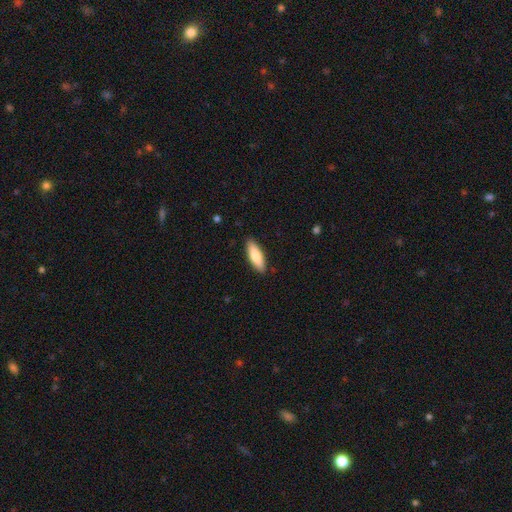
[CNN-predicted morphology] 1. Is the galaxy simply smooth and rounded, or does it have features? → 77% smooth, 18% featured or disk, 5% star or artifact.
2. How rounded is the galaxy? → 53% in between, 45% cigar-shaped, 2% round.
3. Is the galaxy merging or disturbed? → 89% none, 8% minor disturbance, 2% major disturbance, 1% merger.